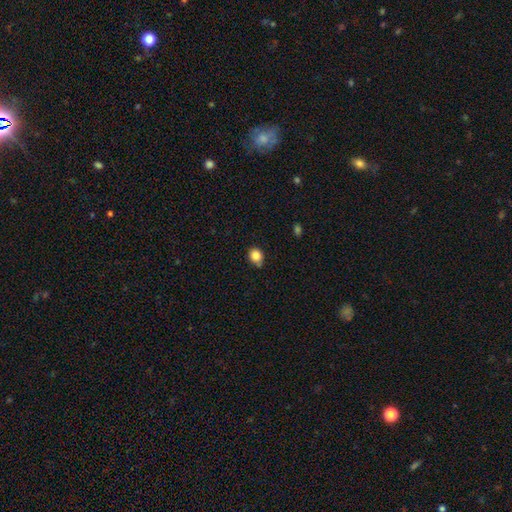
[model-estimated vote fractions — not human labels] Q: Smooth or featured?
A: smooth (85%); runner-up: star or artifact (10%)
Q: How rounded?
A: round (60%); runner-up: in between (39%)
Q: Merging?
A: none (69%); runner-up: minor disturbance (24%)